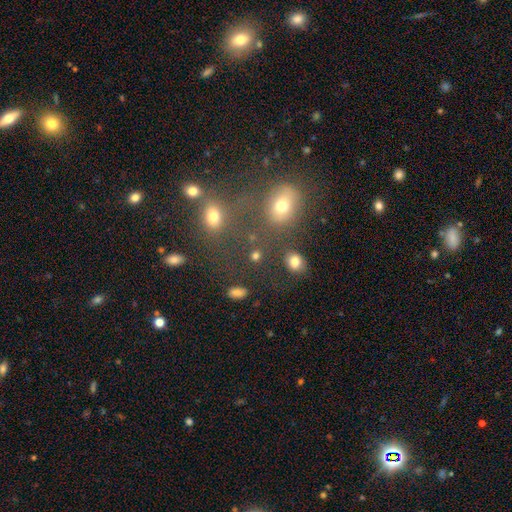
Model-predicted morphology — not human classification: Smooth or featured? Predicted: smooth (p=0.78). How rounded? Predicted: round (p=0.66). Merging? Predicted: none (p=0.75).